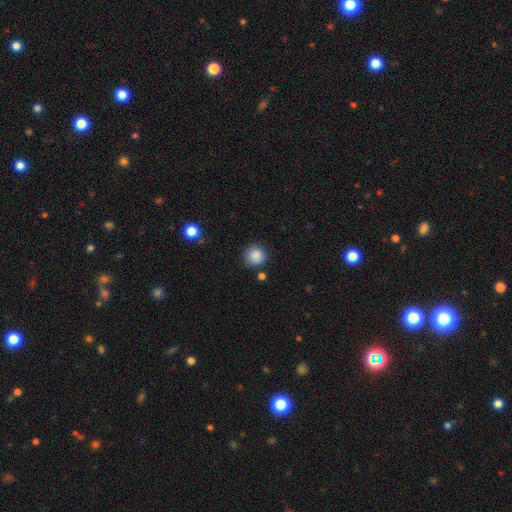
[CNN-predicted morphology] Overall: smooth (87%). How rounded: round (92%). Merging: none (84%).